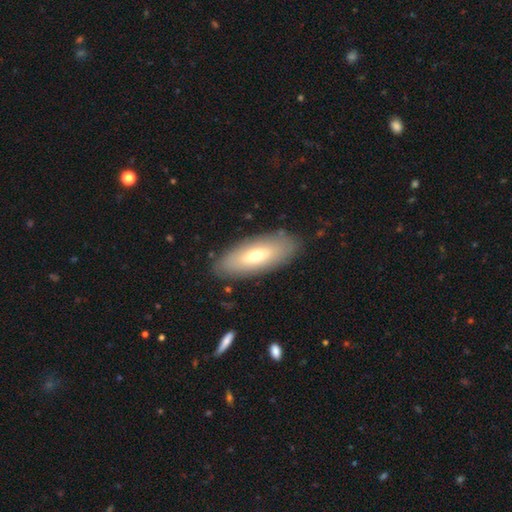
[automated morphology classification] smooth_or_featured: smooth (p=0.62) [alt: featured or disk p=0.31]
how_rounded: in between (p=0.75) [alt: cigar-shaped p=0.22]
merging: none (p=0.85) [alt: minor disturbance p=0.10]